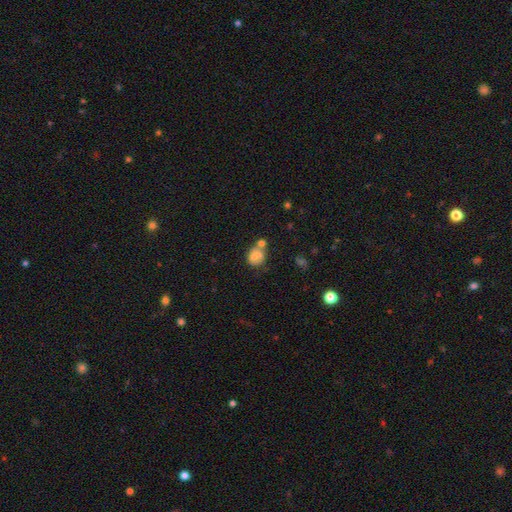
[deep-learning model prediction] Q: Smooth or featured?
A: smooth (73%); runner-up: featured or disk (17%)
Q: How rounded?
A: round (58%); runner-up: in between (41%)
Q: Merging?
A: none (40%); runner-up: merger (37%)